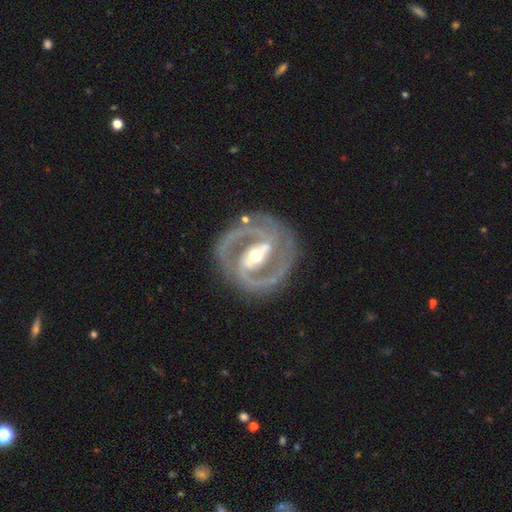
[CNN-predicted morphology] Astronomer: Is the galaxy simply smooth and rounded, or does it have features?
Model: featured or disk — 92%.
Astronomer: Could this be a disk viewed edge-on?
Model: no — 97%.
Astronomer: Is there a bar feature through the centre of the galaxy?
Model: strong — 64%.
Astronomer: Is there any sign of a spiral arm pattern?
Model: yes — 97%.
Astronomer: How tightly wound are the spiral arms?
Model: medium — 47% (runner-up: tight, 46%).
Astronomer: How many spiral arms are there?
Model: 2 — 87%.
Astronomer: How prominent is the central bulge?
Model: moderate — 64%.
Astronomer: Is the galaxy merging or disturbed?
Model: none — 82%.